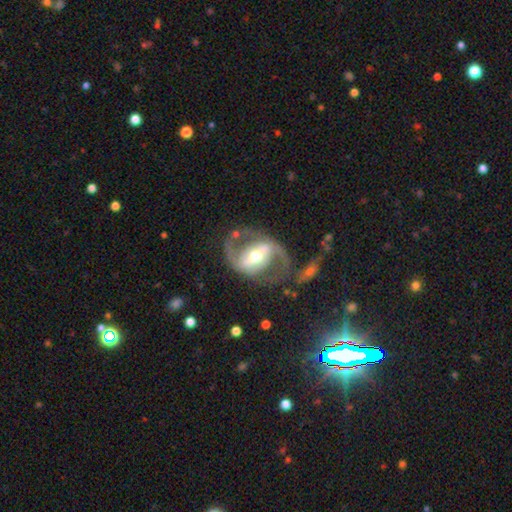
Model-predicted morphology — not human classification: smooth-or-featured: featured or disk: 88% | smooth: 7% | star or artifact: 5%
  disk-edge-on: no: 97% | yes: 3%
    bar: strong: 57% | weak: 28% | no: 15%
    has-spiral-arms: yes: 91% | no: 9%
      spiral-winding: medium: 52% | loose: 32% | tight: 16%
      spiral-arm-count: 2: 91% | can't tell: 3% | 1: 2% | 3: 1% | 4: 1% | more than 4: 1%
    bulge-size: moderate: 65% | small: 24% | large: 9% | dominant: 1% | none: 1%
  merging: none: 67% | minor disturbance: 15% | major disturbance: 13% | merger: 5%